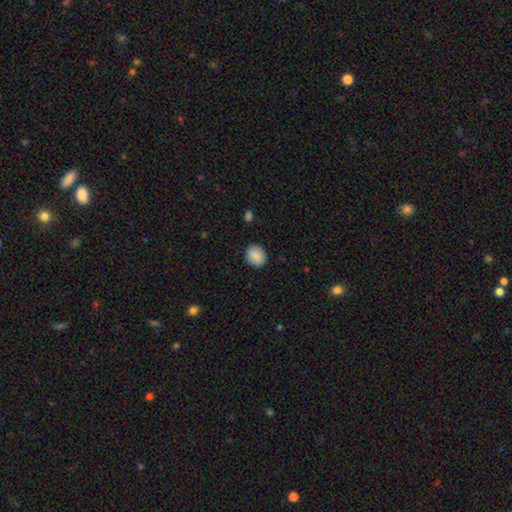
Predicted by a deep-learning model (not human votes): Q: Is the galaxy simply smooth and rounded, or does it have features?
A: smooth — 90%.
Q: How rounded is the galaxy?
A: round — 72%.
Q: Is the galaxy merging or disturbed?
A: none — 88%.